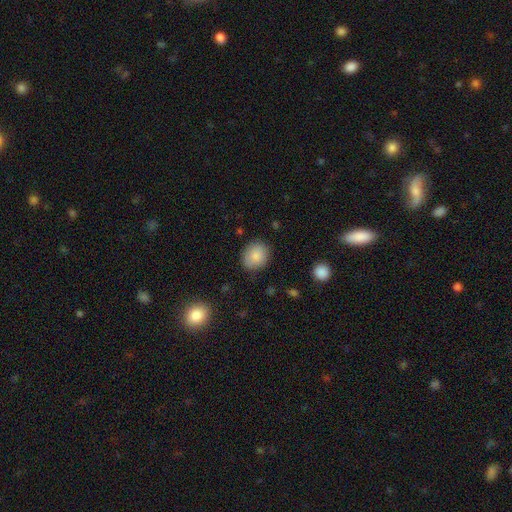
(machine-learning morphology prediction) smooth 86%, star or artifact 8%, featured or disk 6%. Down the decision tree: how rounded — round (65%); merging — none (83%).